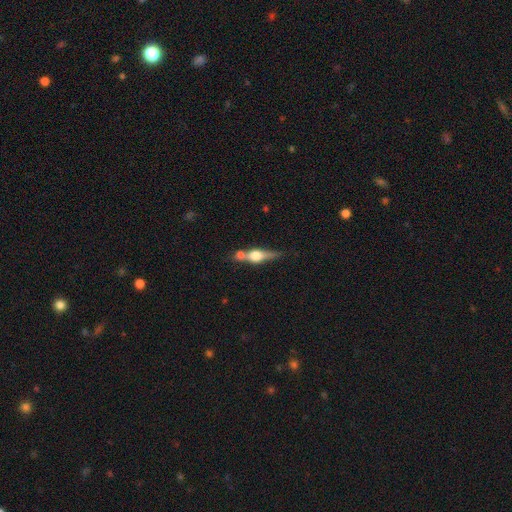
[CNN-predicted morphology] Overall: featured or disk (62%; smooth 31%). Edge-on disk: yes (92%). Edge-on bulge: rounded (93%). Merging: none (52%; merger 29%).